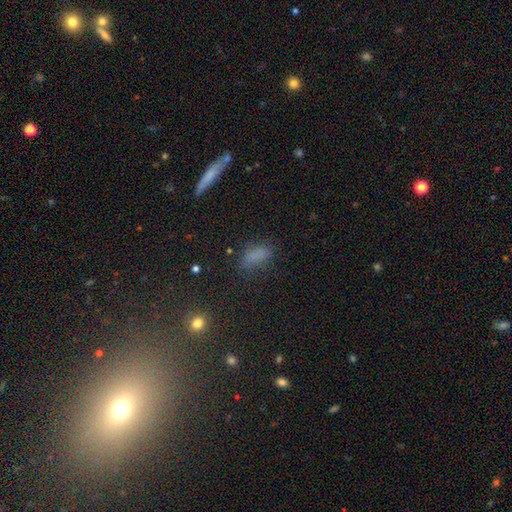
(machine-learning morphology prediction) This is likely a smooth galaxy (74%). How rounded: likely in between (76%). Merging: likely none (66%).